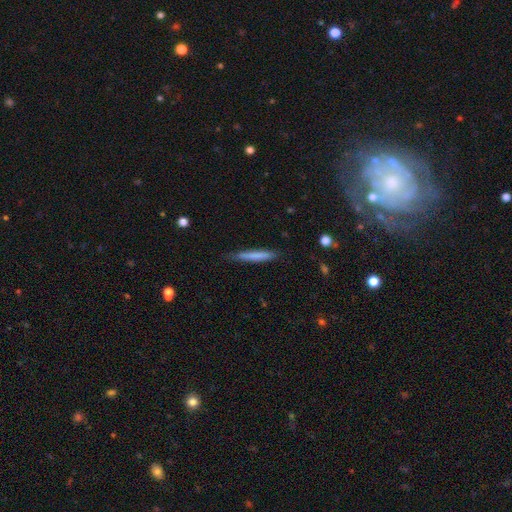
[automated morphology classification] Q: Smooth or featured?
A: smooth (73%); runner-up: featured or disk (21%)
Q: How rounded?
A: cigar-shaped (95%); runner-up: in between (4%)
Q: Merging?
A: none (79%); runner-up: minor disturbance (17%)